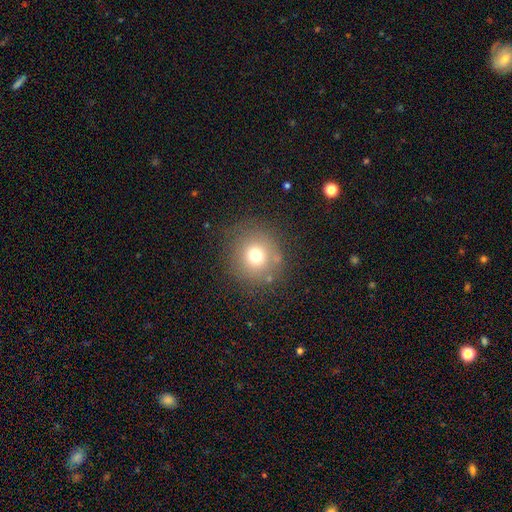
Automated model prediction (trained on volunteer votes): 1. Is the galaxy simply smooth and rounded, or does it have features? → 71% smooth, 16% star or artifact, 14% featured or disk.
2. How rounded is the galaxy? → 92% round, 7% in between, 1% cigar-shaped.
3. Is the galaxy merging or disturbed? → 81% none, 11% minor disturbance, 6% major disturbance, 2% merger.